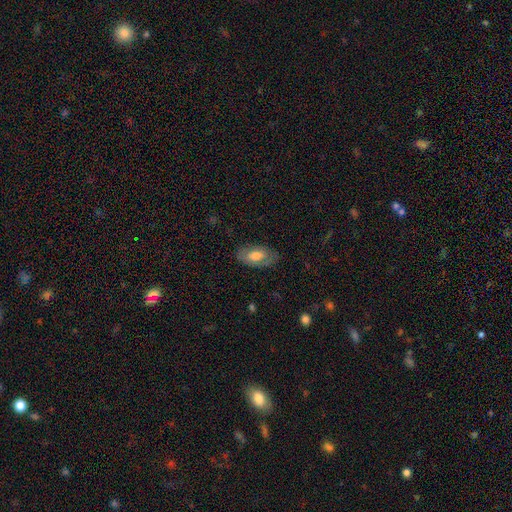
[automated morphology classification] This is likely a smooth galaxy (65%). How rounded: clearly in between (93%). Merging: likely none (78%).